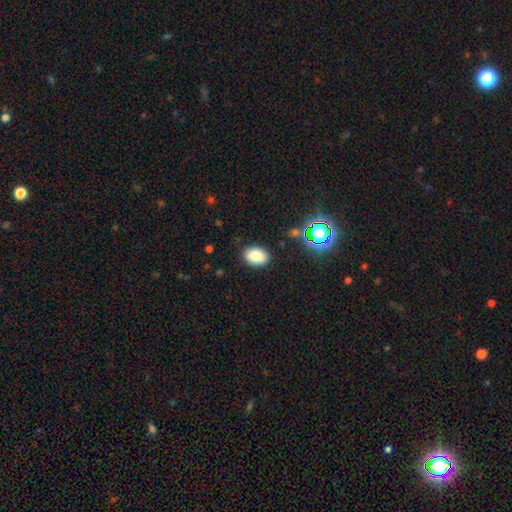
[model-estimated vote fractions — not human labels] A smooth galaxy with no disk features (83%) that is in between round and cigar-shaped (82%).

Vote fractions:
- Smooth or featured? smooth: 83% / star or artifact: 11% / featured or disk: 6%
- How rounded? in between: 82% / round: 17% / cigar-shaped: 1%
- Merging? none: 86% / minor disturbance: 10% / major disturbance: 2% / merger: 1%